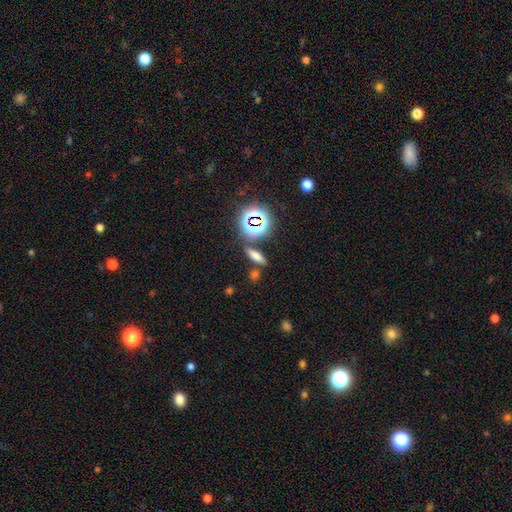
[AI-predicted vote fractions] Overall: smooth (59%; star or artifact 25%). How rounded: cigar-shaped (53%; in between 38%). Merging: none (79%).